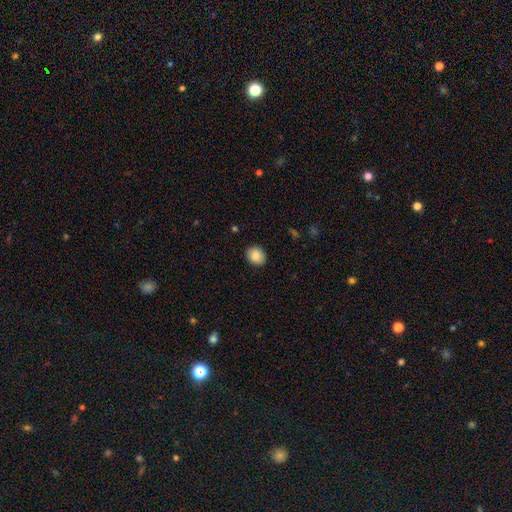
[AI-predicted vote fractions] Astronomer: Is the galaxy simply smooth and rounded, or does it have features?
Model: smooth — 85%.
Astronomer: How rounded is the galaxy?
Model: round — 66%.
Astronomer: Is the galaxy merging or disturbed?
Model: none — 90%.